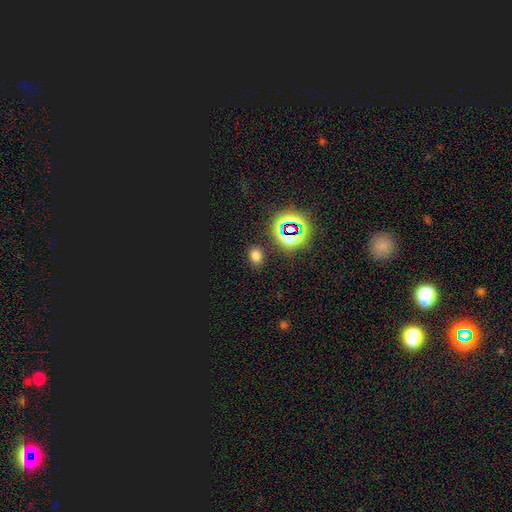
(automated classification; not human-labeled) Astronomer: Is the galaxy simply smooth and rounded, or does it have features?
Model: smooth — 65%.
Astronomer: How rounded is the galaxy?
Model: in between — 59% (runner-up: round, 40%).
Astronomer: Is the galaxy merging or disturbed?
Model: none — 86%.